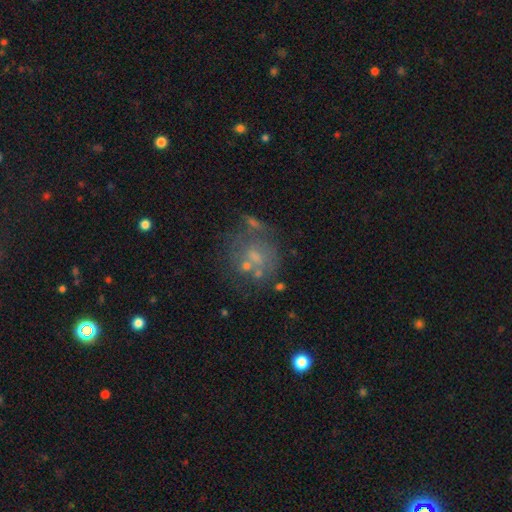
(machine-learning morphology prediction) This appears to be a featured or disk galaxy (47%). Merging: none (49%).